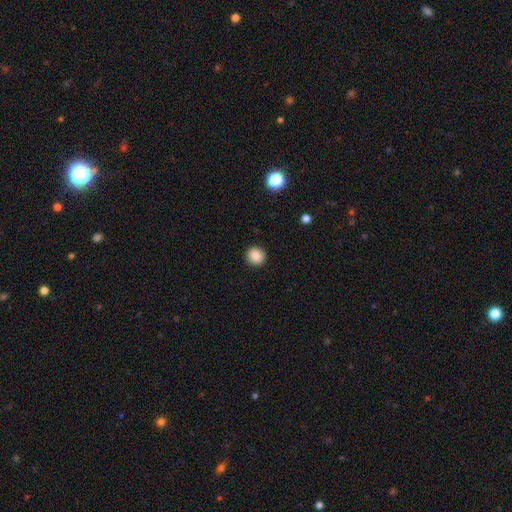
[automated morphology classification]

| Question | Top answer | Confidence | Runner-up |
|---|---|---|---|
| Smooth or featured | smooth | 87% | star or artifact (9%) |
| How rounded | round | 92% | in between (7%) |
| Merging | none | 92% | minor disturbance (5%) |